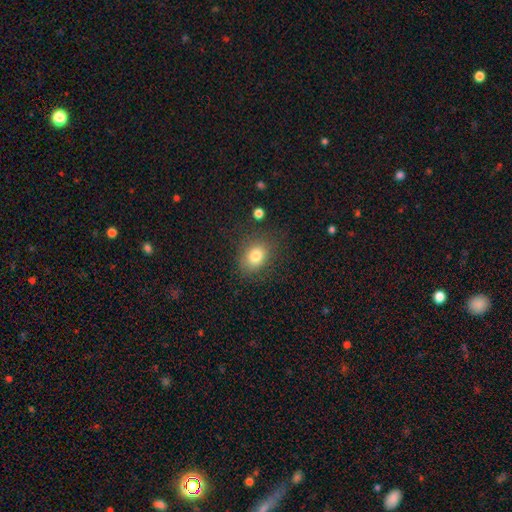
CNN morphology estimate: Overall: smooth (81%). How rounded: in between (59%; round 40%). Merging: none (77%).